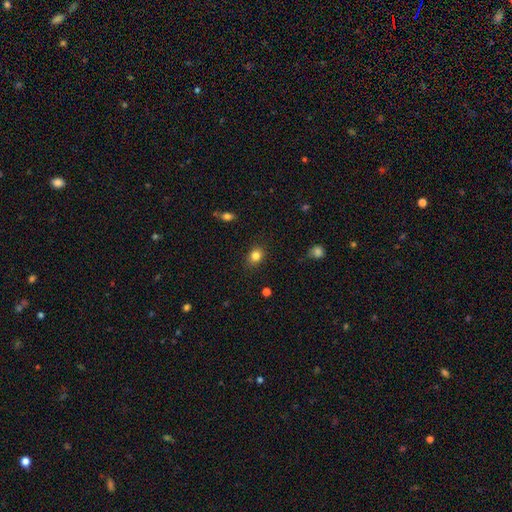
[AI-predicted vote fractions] Smooth or featured? Predicted: smooth (p=0.83). How rounded? Predicted: round (p=0.50). Merging? Predicted: none (p=0.84).